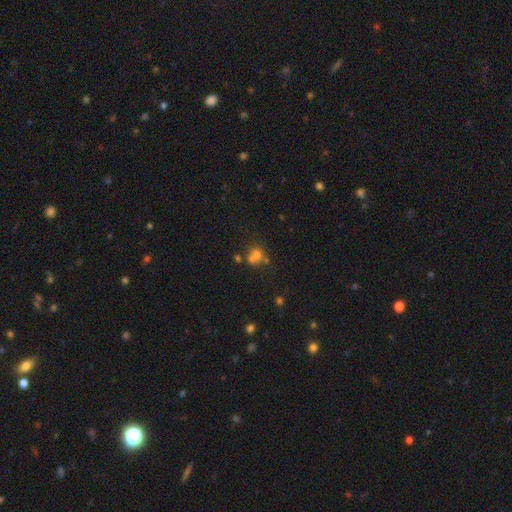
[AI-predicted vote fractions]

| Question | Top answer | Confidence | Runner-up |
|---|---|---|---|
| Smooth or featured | smooth | 64% | star or artifact (19%) |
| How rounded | round | 75% | in between (24%) |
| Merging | merger | 45% | none (39%) |